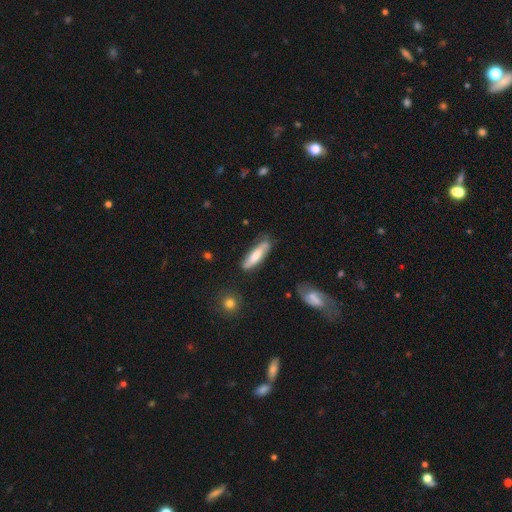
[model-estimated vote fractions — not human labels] Smooth or featured? smooth (61%)
How rounded? cigar-shaped (66%)
Merging? none (71%)